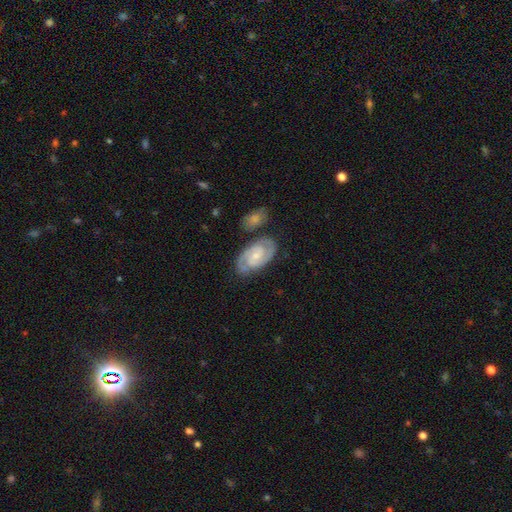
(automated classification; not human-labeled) Q: Smooth or featured?
A: featured or disk (85%); runner-up: smooth (10%)
Q: Edge-on disk?
A: no (97%); runner-up: yes (3%)
Q: Bar?
A: no (53%); runner-up: weak (38%)
Q: Spiral arms?
A: yes (97%); runner-up: no (3%)
Q: Spiral winding?
A: tight (57%); runner-up: medium (37%)
Q: Spiral arm count?
A: 2 (89%); runner-up: can't tell (5%)
Q: Bulge size?
A: small (63%); runner-up: moderate (28%)
Q: Merging?
A: none (74%); runner-up: minor disturbance (14%)